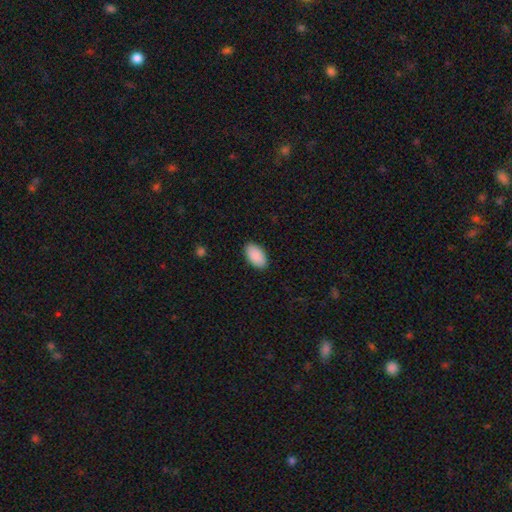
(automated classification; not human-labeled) Overall: smooth (91%). How rounded: in between (96%). Merging: none (90%).